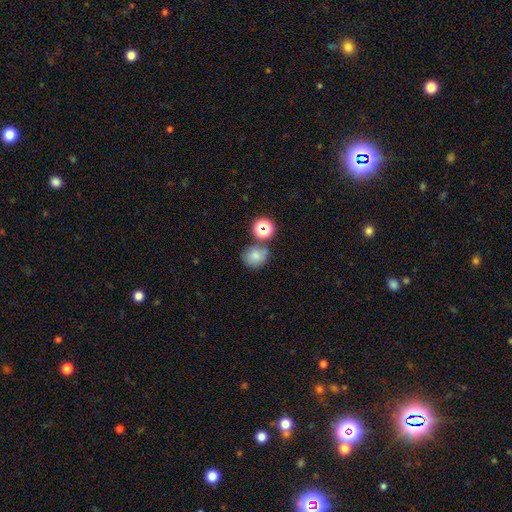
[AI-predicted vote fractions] Smooth or featured? Predicted: smooth (p=0.76). How rounded? Predicted: round (p=0.67). Merging? Predicted: none (p=0.63).